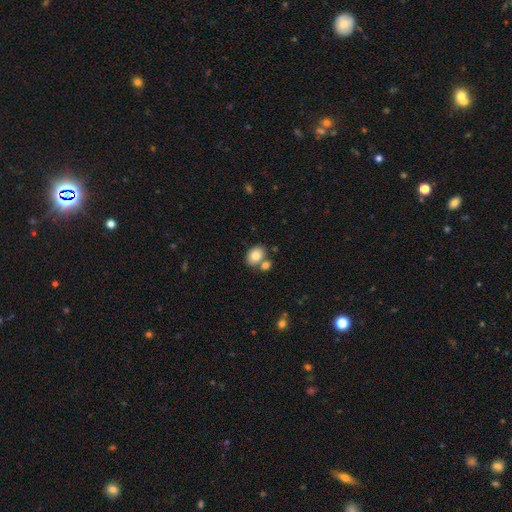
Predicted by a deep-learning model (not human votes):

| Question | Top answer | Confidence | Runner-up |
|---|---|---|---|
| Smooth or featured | smooth | 81% | featured or disk (11%) |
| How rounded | in between | 72% | round (27%) |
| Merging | none | 58% | merger (28%) |